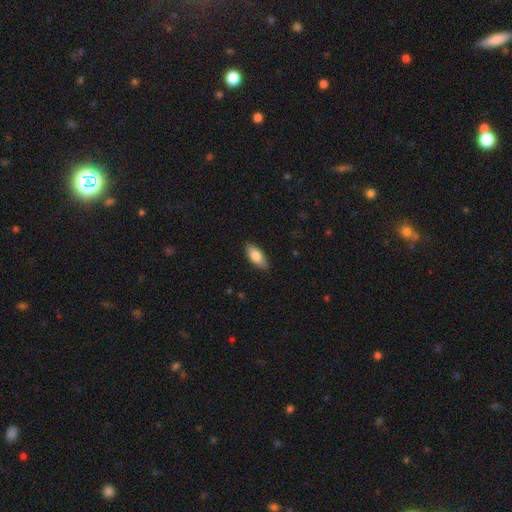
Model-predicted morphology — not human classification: smooth_or_featured: smooth (p=0.79) [alt: featured or disk p=0.16]
how_rounded: in between (p=0.81) [alt: cigar-shaped p=0.17]
merging: none (p=0.87) [alt: minor disturbance p=0.10]